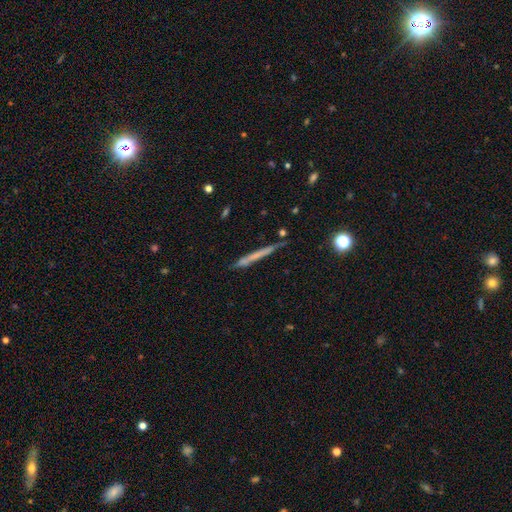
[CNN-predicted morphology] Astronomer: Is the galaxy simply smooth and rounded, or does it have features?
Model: smooth — 53% (runner-up: featured or disk, 40%).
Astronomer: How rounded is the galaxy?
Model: cigar-shaped — 96%.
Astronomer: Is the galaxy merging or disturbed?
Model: none — 85%.